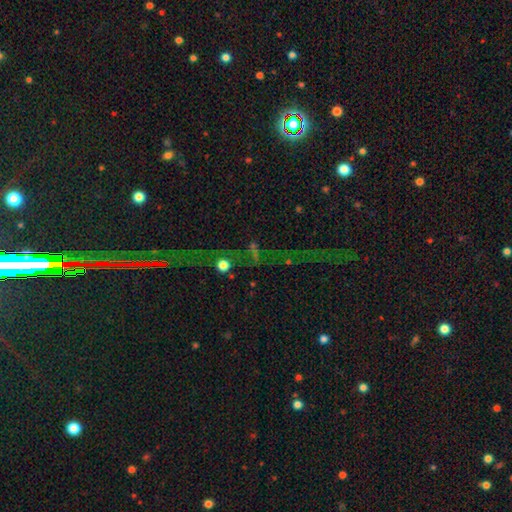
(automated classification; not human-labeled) smooth-or-featured: star or artifact: 76% | smooth: 13% | featured or disk: 11%